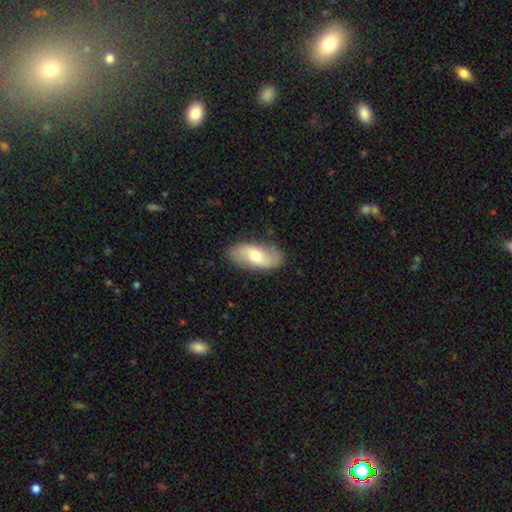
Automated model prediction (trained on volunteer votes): Smooth or featured: featured or disk — 48% (smooth — 46%)
Merging: none — 83% (minor disturbance — 13%)